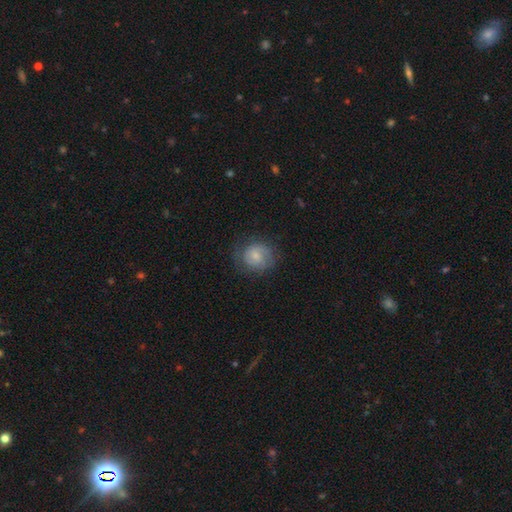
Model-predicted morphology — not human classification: This is possibly a smooth galaxy (57%). How rounded: clearly round (82%). Merging: likely none (71%).